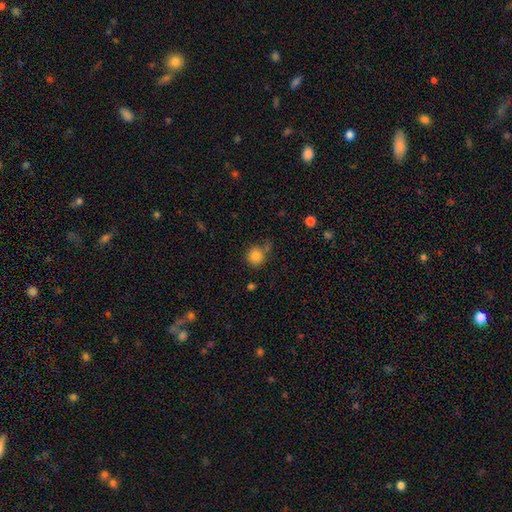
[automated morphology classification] A smooth galaxy with no disk features (84%) that is round (90%). Merging: none (63%).